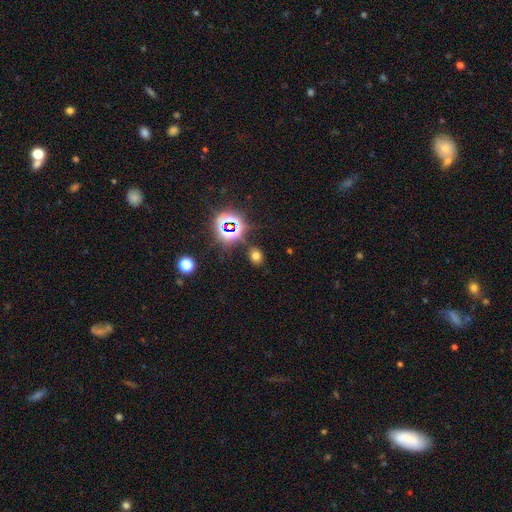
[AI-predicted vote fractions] This appears to be a smooth galaxy with no disk features (62%) that is round (51%). Merging: none (83%).